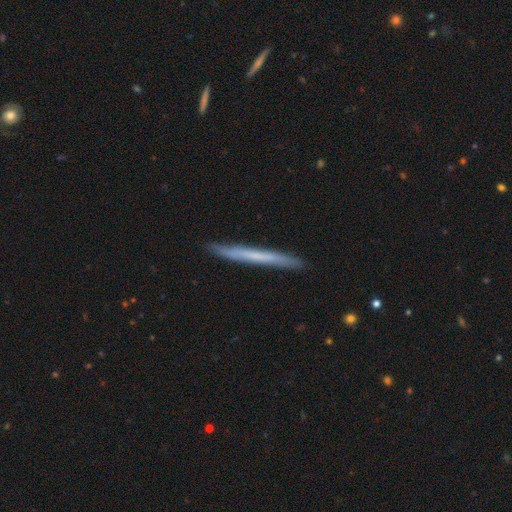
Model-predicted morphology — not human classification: smooth-or-featured: smooth: 51% | featured or disk: 43% | star or artifact: 6%
  how-rounded: cigar-shaped: 97% | in between: 1% | round: 1%
  merging: none: 90% | minor disturbance: 8% | major disturbance: 1% | merger: 1%